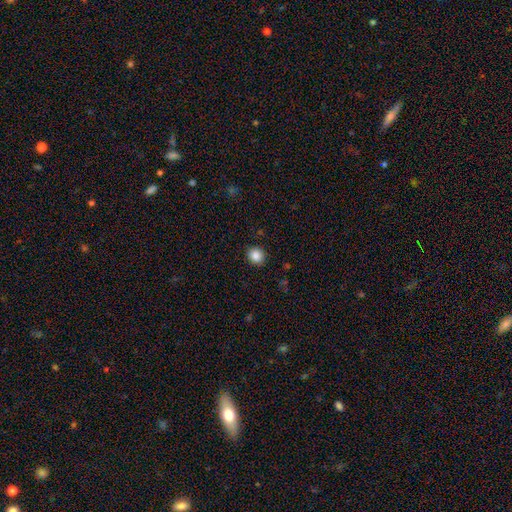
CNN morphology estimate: Smooth or featured: smooth — 87% (star or artifact — 10%)
How rounded: round — 83% (in between — 16%)
Merging: none — 91% (minor disturbance — 6%)